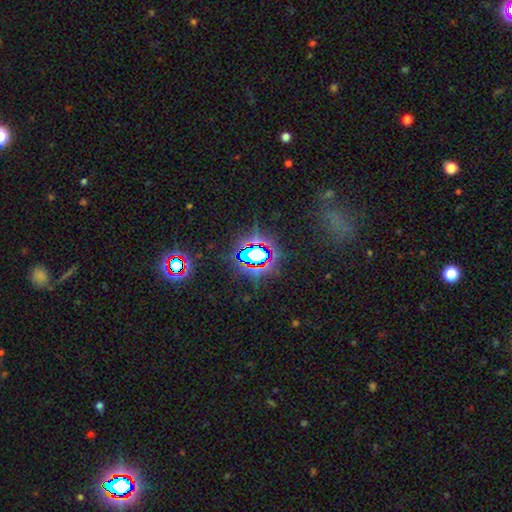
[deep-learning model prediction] A star or artifact, not a galaxy (76%).